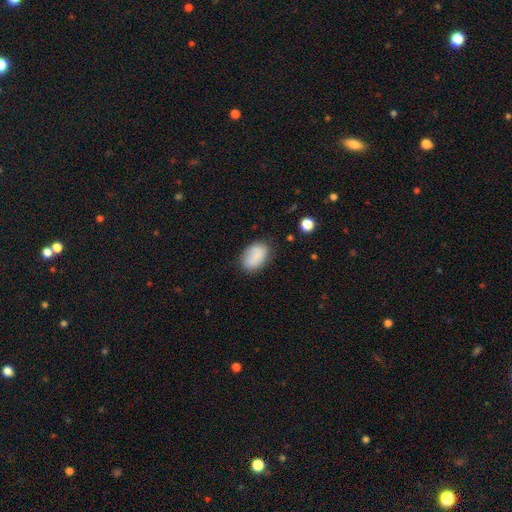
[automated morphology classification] The model was most divided on "merging": none: 73%, minor disturbance: 20%, major disturbance: 5%, merger: 3%. More confident: how rounded — in between (88%); smooth or featured — smooth (82%).